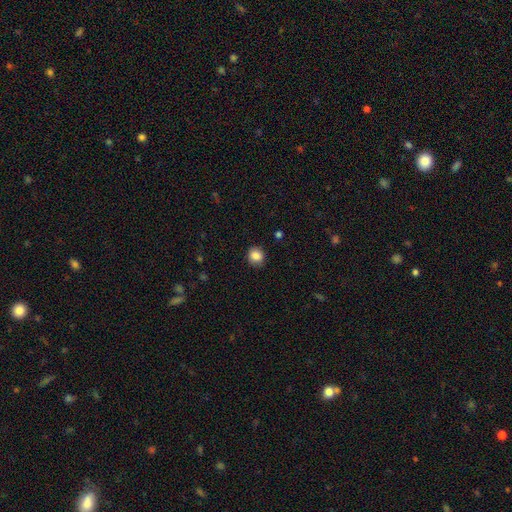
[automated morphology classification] type=smooth (86%); roundness=round (86%); merging=none (89%).